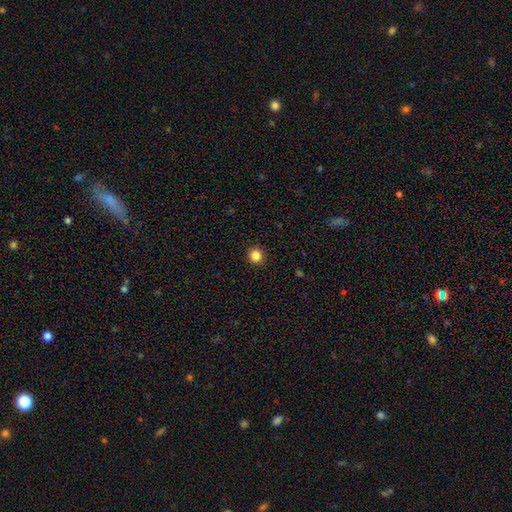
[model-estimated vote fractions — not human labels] This is clearly a smooth galaxy (85%). How rounded: clearly round (87%). Merging: clearly none (92%).